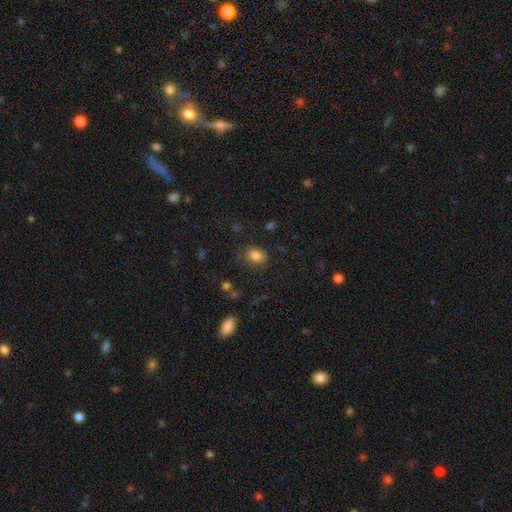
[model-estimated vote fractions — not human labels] A smooth galaxy with no disk features (81%) that is in between round and cigar-shaped (71%). Merging: none (77%).